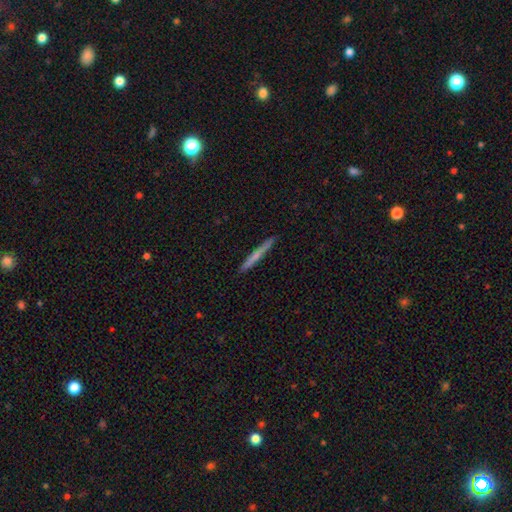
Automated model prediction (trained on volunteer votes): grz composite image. It shows a smooth galaxy with no disk features (50%) that is cigar-shaped (96%). Merging: none (92%).